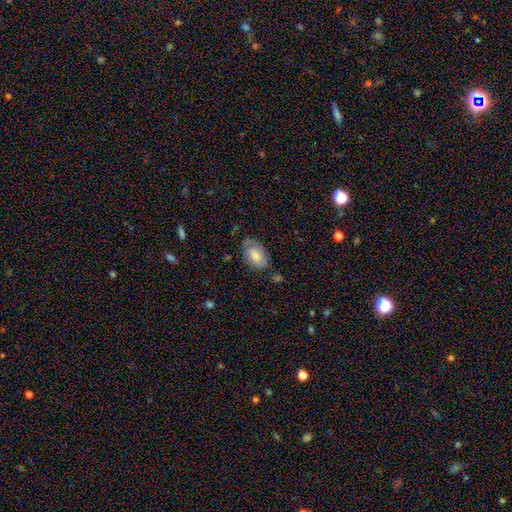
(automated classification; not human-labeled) This appears to be a smooth galaxy with no disk features (64%) that is in between round and cigar-shaped (92%). Merging: none (63%).